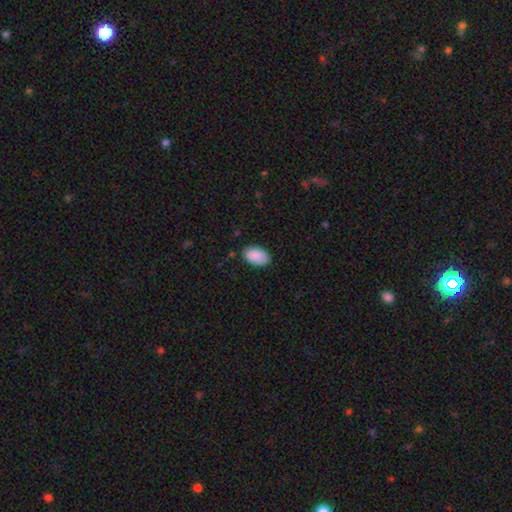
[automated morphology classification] smooth 90%, star or artifact 7%, featured or disk 3%. Down the decision tree: how rounded — in between (93%); merging — none (84%).